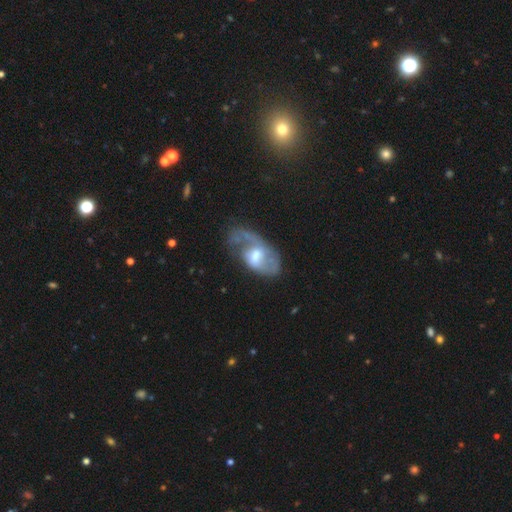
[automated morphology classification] Smooth or featured: featured or disk — 71% (smooth — 22%)
Edge-on disk: no — 95% (yes — 5%)
Bar: weak — 50% (no — 37%)
Spiral arms: yes — 81% (no — 19%)
Spiral winding: loose — 42% (medium — 40%)
Spiral arm count: 2 — 42% (1 — 39%)
Bulge size: moderate — 59% (small — 20%)
Merging: none — 38% (major disturbance — 33%)